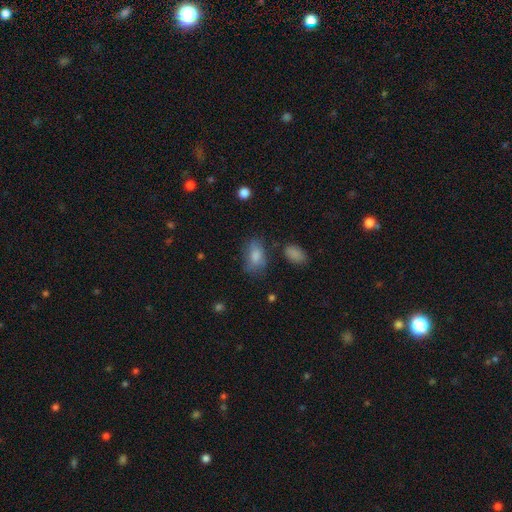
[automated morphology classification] Smooth or featured: smooth — 77% (featured or disk — 14%)
How rounded: in between — 89% (round — 8%)
Merging: none — 58% (minor disturbance — 25%)